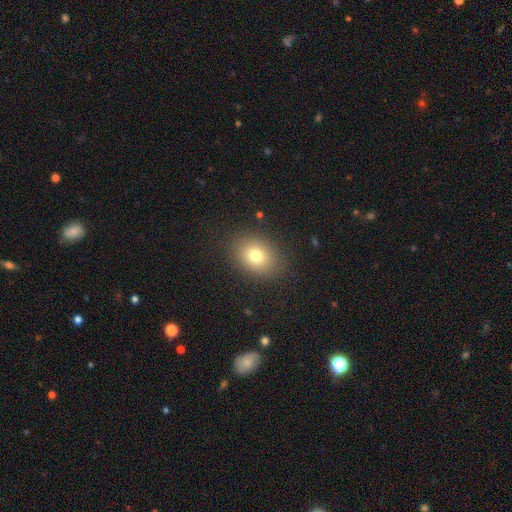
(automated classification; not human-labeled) smooth-or-featured: smooth: 77% | star or artifact: 12% | featured or disk: 11%
  how-rounded: in between: 56% | round: 43% | cigar-shaped: 1%
  merging: none: 86% | minor disturbance: 9% | major disturbance: 4% | merger: 1%